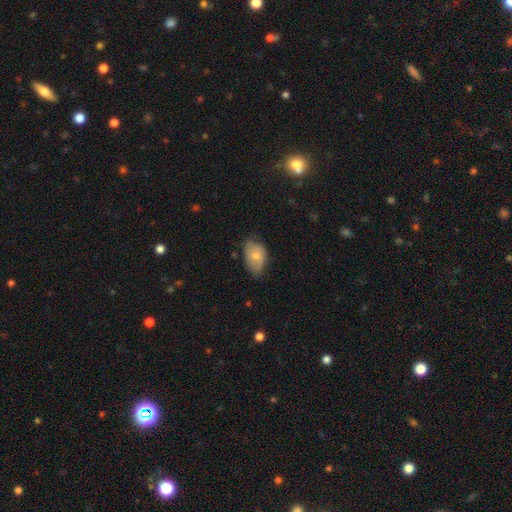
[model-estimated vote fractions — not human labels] Smooth or featured? smooth (71%)
How rounded? in between (89%)
Merging? none (53%)